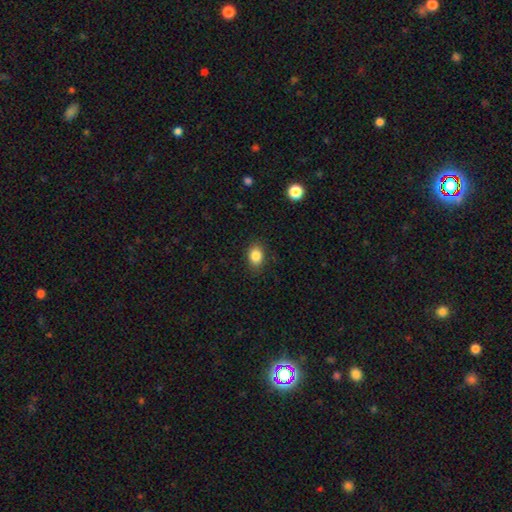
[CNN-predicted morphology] type=smooth (86%); roundness=in between (71%); merging=none (87%).